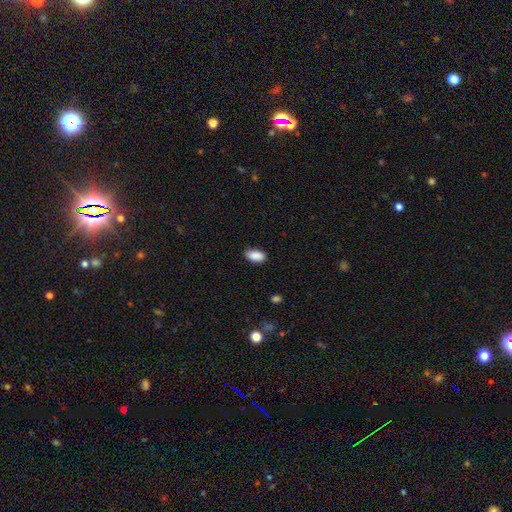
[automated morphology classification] The model was most divided on "merging": none: 85%, minor disturbance: 11%, major disturbance: 2%, merger: 1%. More confident: how rounded — in between (93%); smooth or featured — smooth (90%).